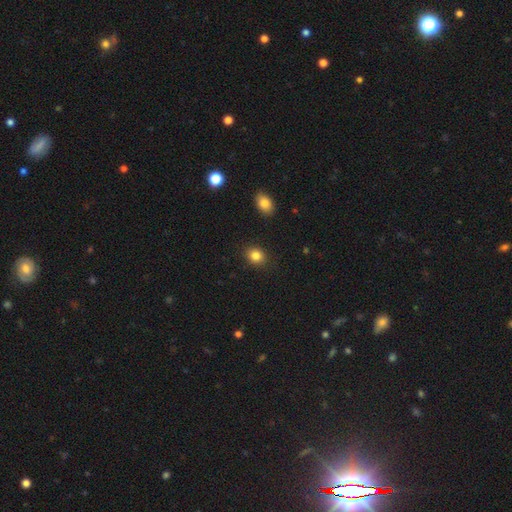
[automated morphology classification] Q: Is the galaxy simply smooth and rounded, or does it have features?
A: smooth — 85%.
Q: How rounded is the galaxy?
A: round — 58%.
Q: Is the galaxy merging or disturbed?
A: none — 88%.